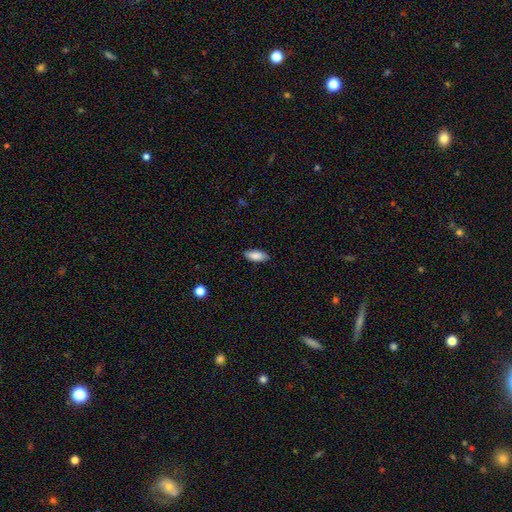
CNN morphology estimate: Smooth or featured? smooth (85%)
How rounded? in between (85%)
Merging? none (86%)